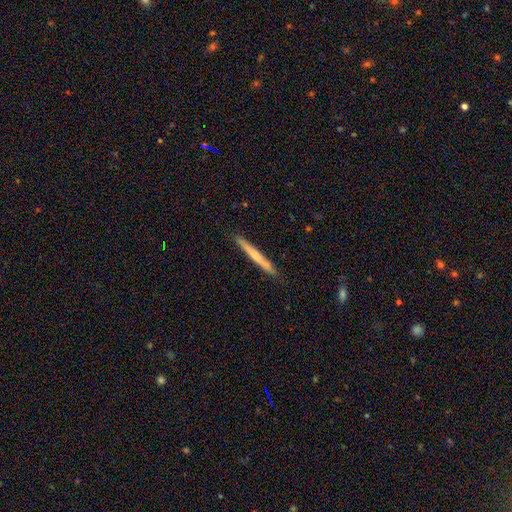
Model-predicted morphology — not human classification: Smooth or featured?
  - smooth: 59% *
  - featured or disk: 36%
  - star or artifact: 5%
How rounded?
  - cigar-shaped: 97% *
  - in between: 2%
  - round: 1%
Merging?
  - none: 90% *
  - minor disturbance: 7%
  - major disturbance: 1%
  - merger: 1%